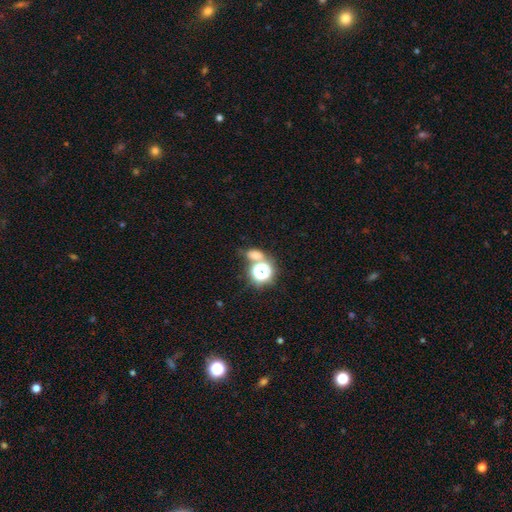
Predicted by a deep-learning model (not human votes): Smooth or featured? Predicted: smooth (p=0.58). How rounded? Predicted: in between (p=0.50). Merging? Predicted: none (p=0.56).